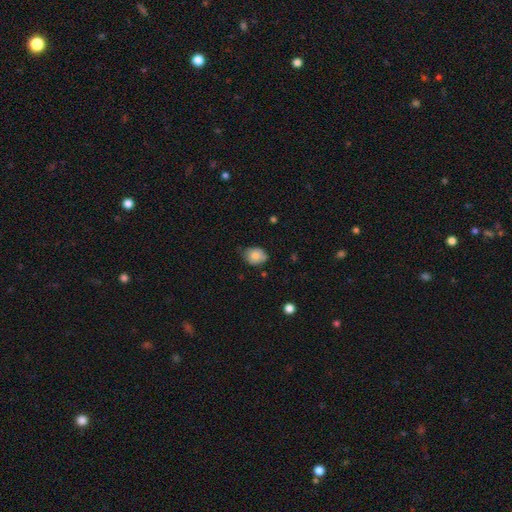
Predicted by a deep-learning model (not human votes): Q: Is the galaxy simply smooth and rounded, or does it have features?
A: smooth — 77%.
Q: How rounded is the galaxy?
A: in between — 50%.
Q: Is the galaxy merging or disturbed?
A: none — 61%.